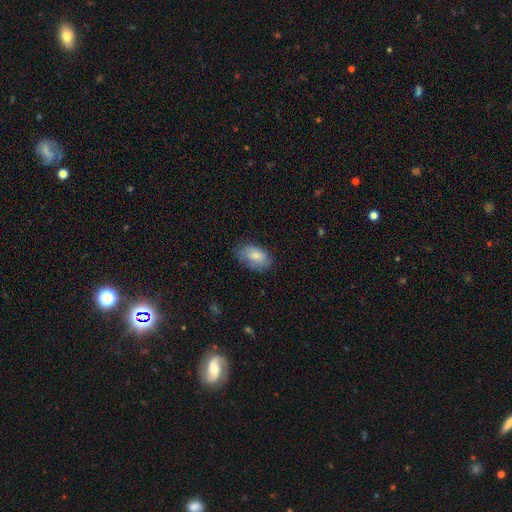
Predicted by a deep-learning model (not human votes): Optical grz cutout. It shows a smooth galaxy with no disk features (81%) that is in between round and cigar-shaped (92%). Merging: none (72%).